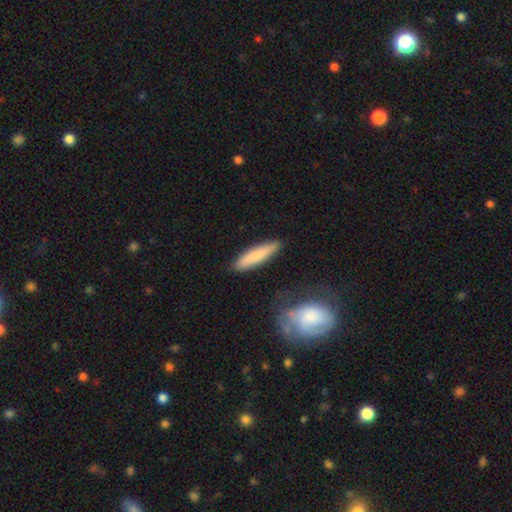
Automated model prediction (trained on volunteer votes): A smooth galaxy with no disk features (77%) that is cigar-shaped (83%). Merging: none (84%).